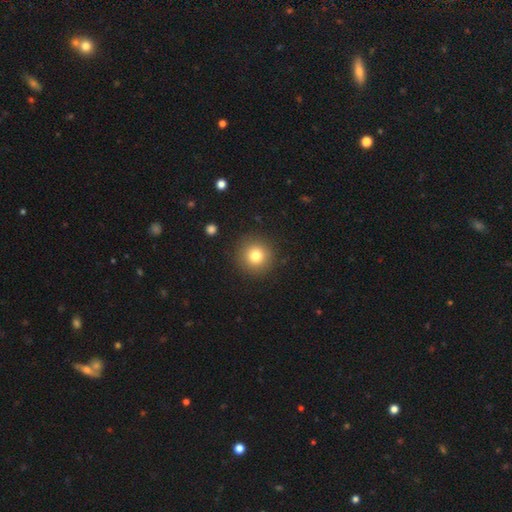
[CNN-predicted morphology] smooth_or_featured: smooth (p=0.80) [alt: star or artifact p=0.12]
how_rounded: round (p=0.95) [alt: in between p=0.04]
merging: none (p=0.91) [alt: minor disturbance p=0.06]